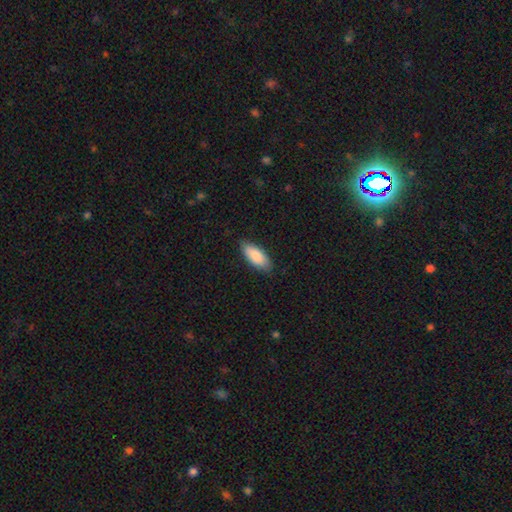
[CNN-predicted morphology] The model was most divided on "how rounded": in between: 81%, cigar-shaped: 17%, round: 2%. More confident: smooth or featured — smooth (86%); merging — none (82%).